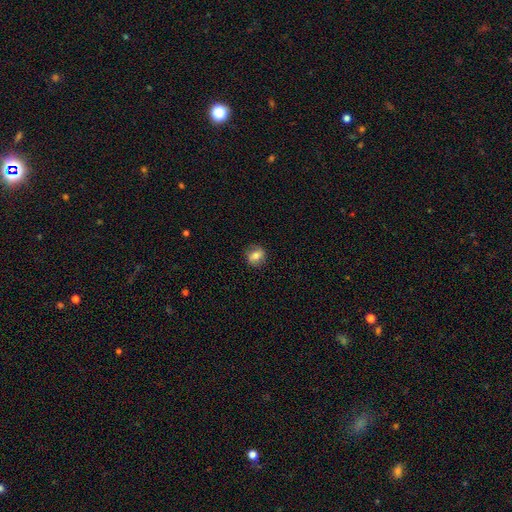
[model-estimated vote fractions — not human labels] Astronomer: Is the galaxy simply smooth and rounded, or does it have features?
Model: smooth — 72%.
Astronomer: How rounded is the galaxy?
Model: round — 58% (runner-up: in between, 40%).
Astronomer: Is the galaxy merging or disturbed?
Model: none — 81%.